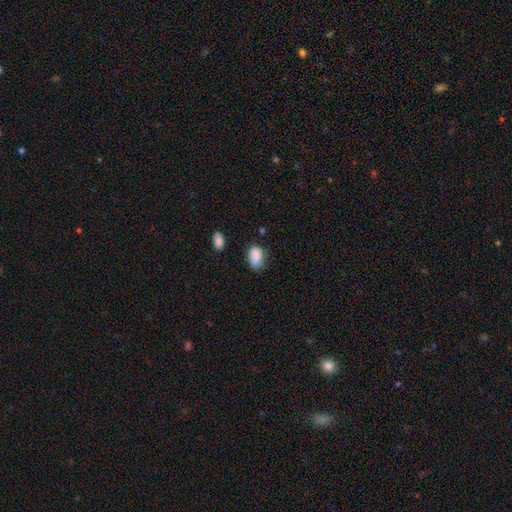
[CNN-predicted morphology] This is clearly a smooth galaxy (84%). How rounded: clearly in between (87%). Merging: possibly none (56%).